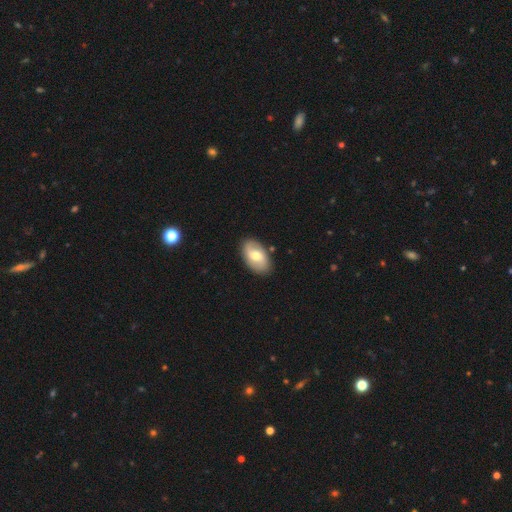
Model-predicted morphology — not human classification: This appears to be a featured or disk galaxy (50%). Merging: none (85%).